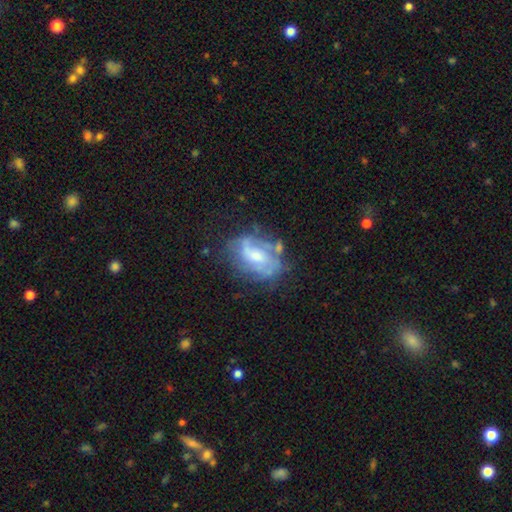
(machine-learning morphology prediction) Smooth or featured? featured or disk (68%)
Edge-on disk? no (96%)
Bar? no (56%)
Spiral arms? yes (62%)
Bulge size? moderate (51%)
Merging? none (52%)